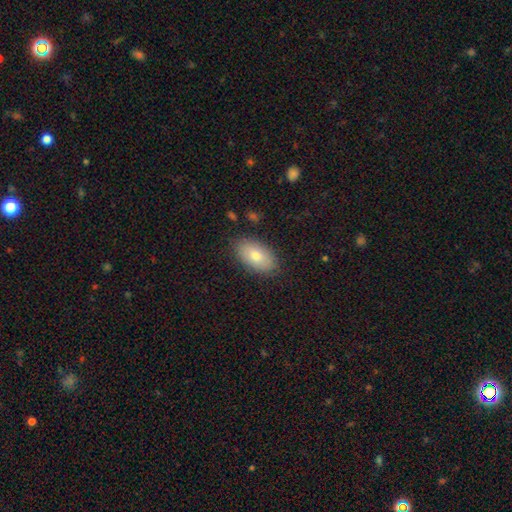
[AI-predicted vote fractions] A smooth galaxy with no disk features (76%) that is in between round and cigar-shaped (93%). Merging: none (86%).